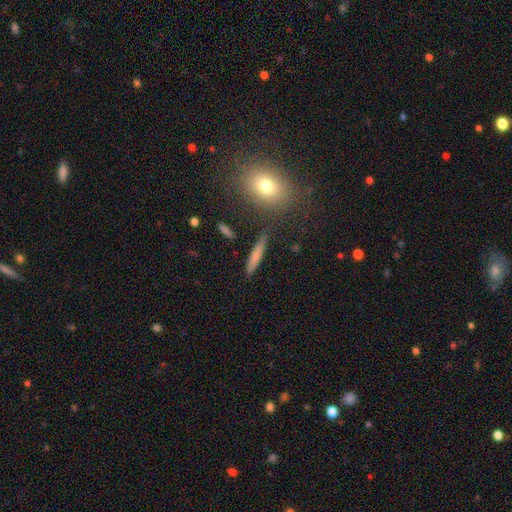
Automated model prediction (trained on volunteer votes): Smooth or featured? smooth (71%)
How rounded? cigar-shaped (90%)
Merging? none (85%)